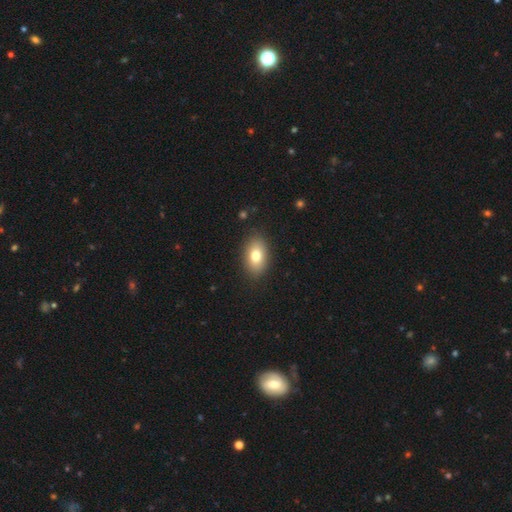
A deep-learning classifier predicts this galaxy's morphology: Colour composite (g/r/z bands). It shows a smooth galaxy with no disk features (77%) that is in between round and cigar-shaped (87%). Merging: none (87%).